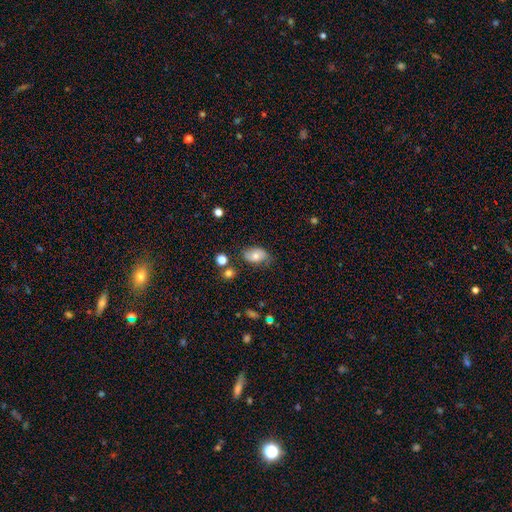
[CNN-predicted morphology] This appears to be a smooth galaxy with no disk features (68%) that is in between round and cigar-shaped (86%). Merging: none (65%).